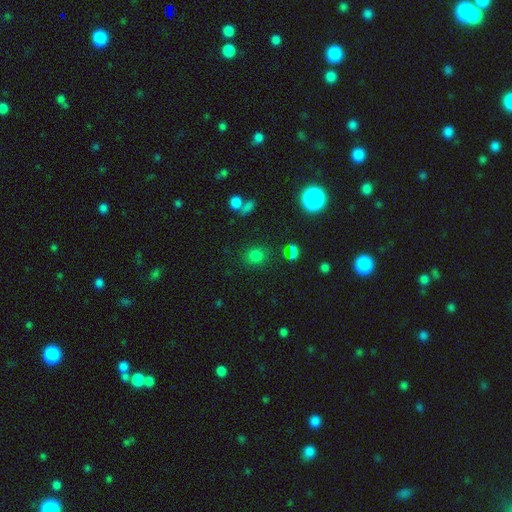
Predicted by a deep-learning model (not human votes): Q: Smooth or featured?
A: smooth (75%); runner-up: star or artifact (19%)
Q: How rounded?
A: round (81%); runner-up: in between (18%)
Q: Merging?
A: none (82%); runner-up: minor disturbance (10%)